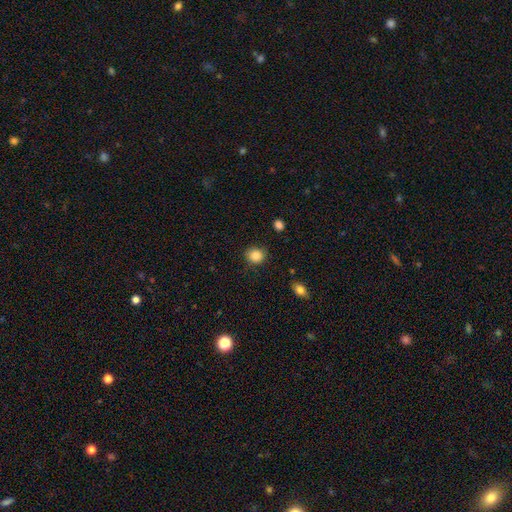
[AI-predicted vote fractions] Smooth or featured? Predicted: smooth (p=0.85). How rounded? Predicted: round (p=0.83). Merging? Predicted: none (p=0.84).